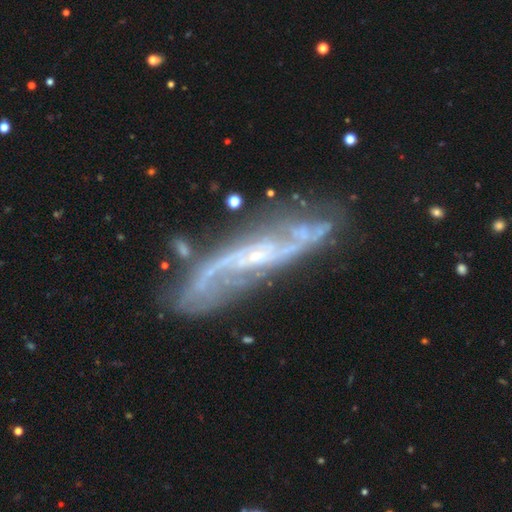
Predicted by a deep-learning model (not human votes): Smooth or featured: featured or disk — 85% (smooth — 8%)
Edge-on disk: no — 77% (yes — 23%)
Bar: no — 46% (weak — 37%)
Spiral arms: yes — 92% (no — 8%)
Spiral winding: loose — 57% (medium — 30%)
Spiral arm count: 2 — 74% (can't tell — 13%)
Bulge size: small — 75% (moderate — 13%)
Merging: none — 66% (minor disturbance — 19%)